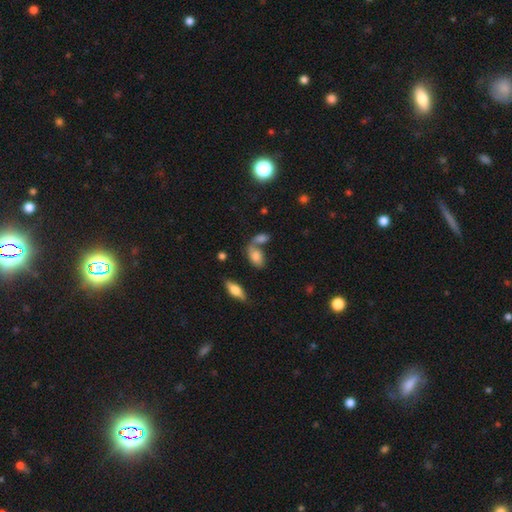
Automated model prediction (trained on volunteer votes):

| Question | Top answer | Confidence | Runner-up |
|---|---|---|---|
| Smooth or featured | smooth | 75% | featured or disk (14%) |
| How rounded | in between | 86% | round (9%) |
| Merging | merger | 46% | none (34%) |